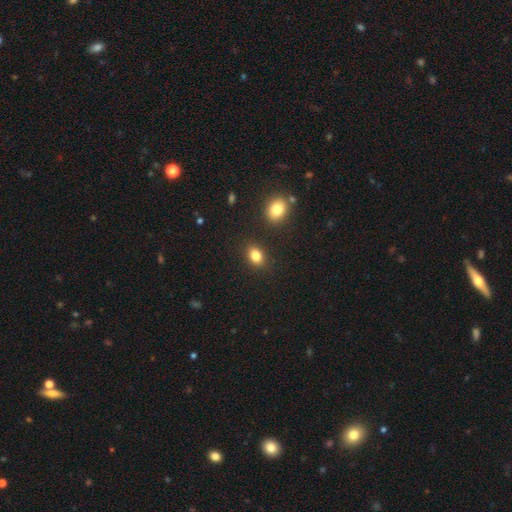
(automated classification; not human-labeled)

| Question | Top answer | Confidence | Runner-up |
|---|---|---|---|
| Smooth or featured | smooth | 83% | star or artifact (10%) |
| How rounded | in between | 71% | round (28%) |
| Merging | none | 85% | minor disturbance (9%) |